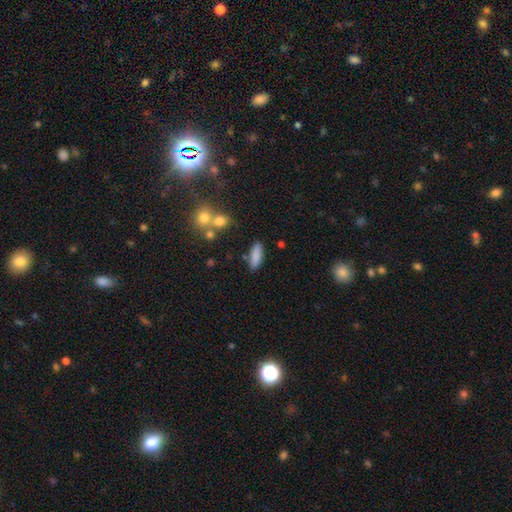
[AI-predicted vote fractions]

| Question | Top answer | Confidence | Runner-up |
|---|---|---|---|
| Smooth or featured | smooth | 85% | featured or disk (8%) |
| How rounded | in between | 58% | cigar-shaped (40%) |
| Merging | none | 82% | minor disturbance (11%) |